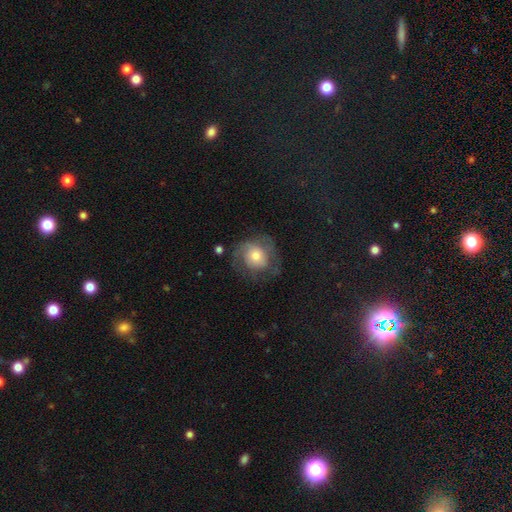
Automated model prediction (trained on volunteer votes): Smooth or featured? featured or disk (46%, tied with smooth)
Merging? none (56%)